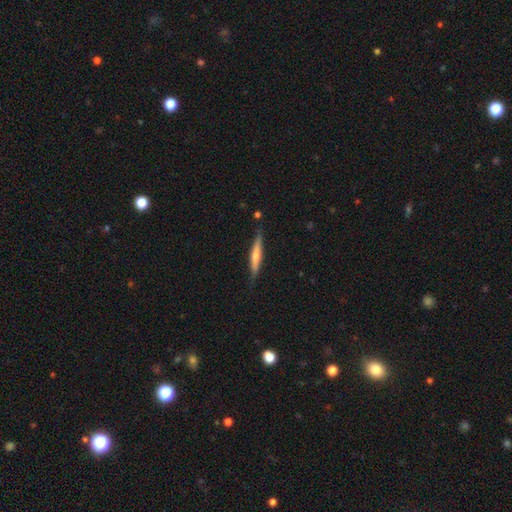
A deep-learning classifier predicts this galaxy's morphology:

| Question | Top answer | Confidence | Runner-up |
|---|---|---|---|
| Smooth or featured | smooth | 52% | featured or disk (42%) |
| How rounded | cigar-shaped | 92% | in between (7%) |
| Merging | none | 81% | minor disturbance (15%) |